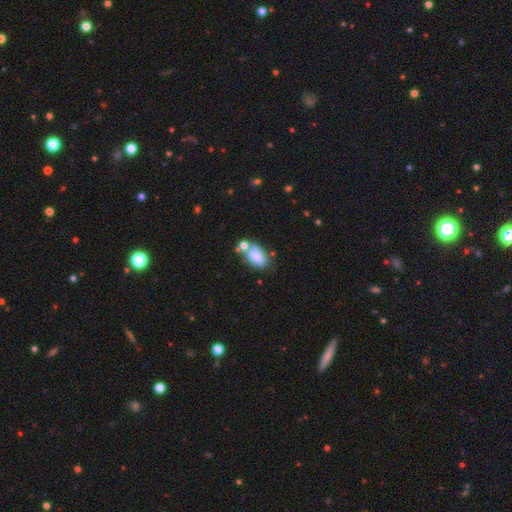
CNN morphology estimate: Overall: smooth (73%). How rounded: in between (90%). Merging: none (41%; merger 29%).